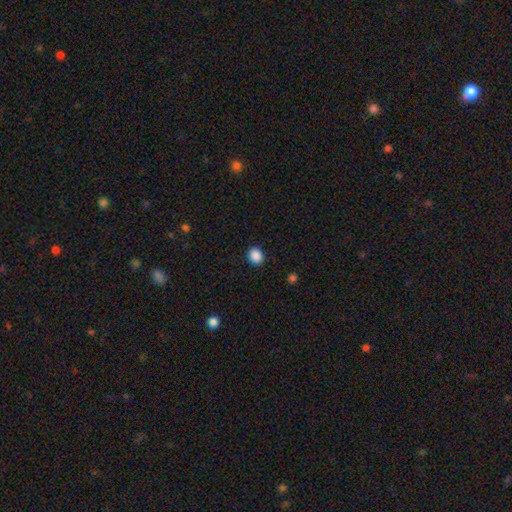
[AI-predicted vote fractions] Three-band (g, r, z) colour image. It shows a smooth galaxy with no disk features (89%) that is round (64%). Merging: none (91%).